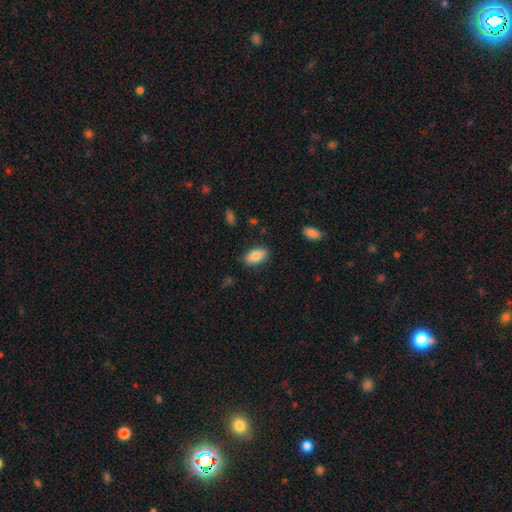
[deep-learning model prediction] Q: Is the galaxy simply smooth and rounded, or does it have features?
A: smooth — 82%.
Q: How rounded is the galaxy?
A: in between — 93%.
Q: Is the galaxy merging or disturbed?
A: none — 85%.